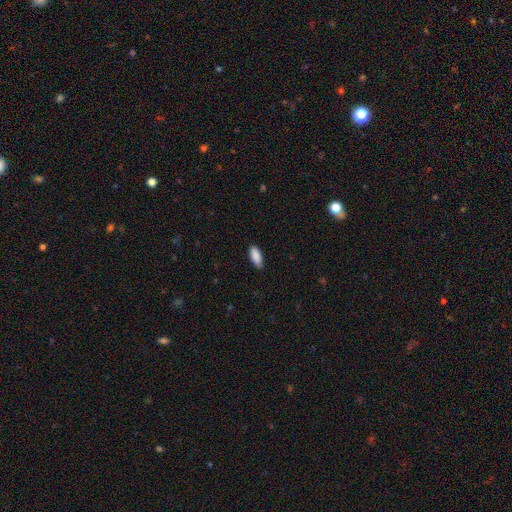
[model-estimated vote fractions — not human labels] A smooth galaxy with no disk features (89%) that is in between round and cigar-shaped (85%). Merging: none (83%).